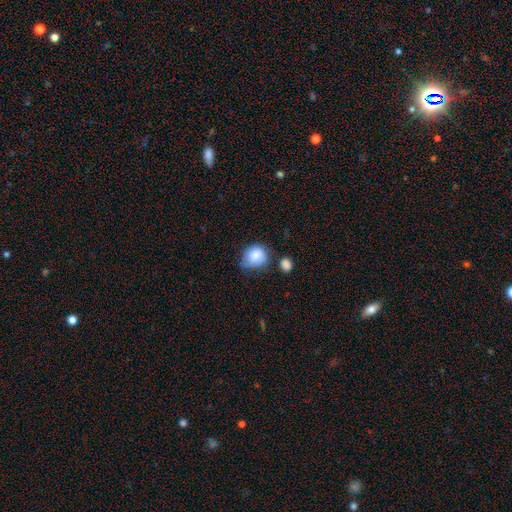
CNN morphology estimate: A smooth galaxy with no disk features (80%) that is round (66%).

Vote fractions:
- Smooth or featured? smooth: 80% / featured or disk: 12% / star or artifact: 8%
- How rounded? round: 66% / in between: 33% / cigar-shaped: 1%
- Merging? none: 49% / minor disturbance: 33% / major disturbance: 10% / merger: 9%